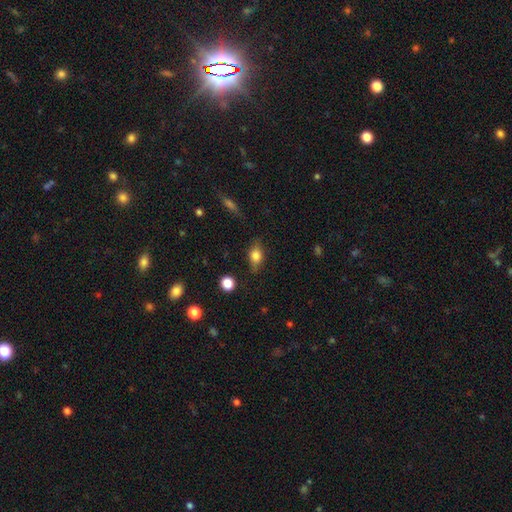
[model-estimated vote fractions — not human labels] Smooth or featured?
  - smooth: 75% *
  - featured or disk: 16%
  - star or artifact: 9%
How rounded?
  - in between: 74% *
  - round: 20%
  - cigar-shaped: 7%
Merging?
  - none: 74% *
  - minor disturbance: 19%
  - major disturbance: 5%
  - merger: 2%